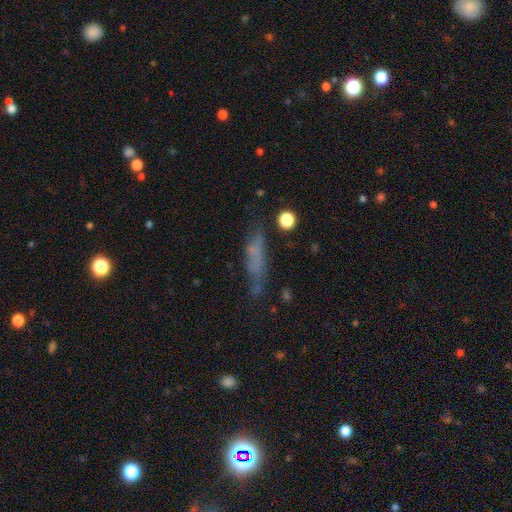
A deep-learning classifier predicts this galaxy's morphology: This is possibly a smooth galaxy (52%). How rounded: likely cigar-shaped (71%). Merging: possibly none (55%).